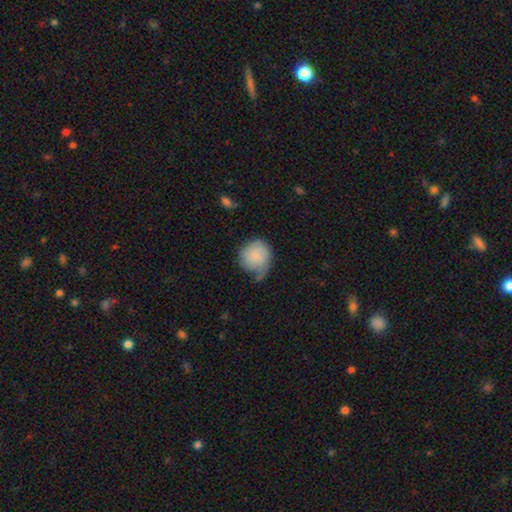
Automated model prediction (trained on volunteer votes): Smooth or featured? smooth (70%)
How rounded? round (85%)
Merging? minor disturbance (38%)